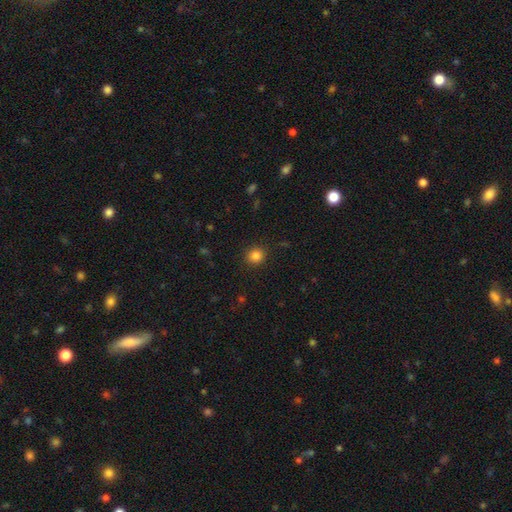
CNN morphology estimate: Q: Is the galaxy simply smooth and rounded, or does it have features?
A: smooth — 84%.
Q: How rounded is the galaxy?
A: round — 84%.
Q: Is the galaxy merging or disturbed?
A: none — 90%.